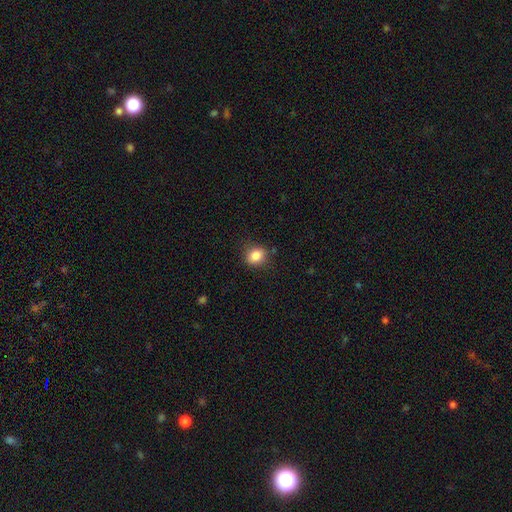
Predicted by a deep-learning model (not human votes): This is clearly a smooth galaxy (85%). How rounded: possibly round (59%). Merging: clearly none (82%).